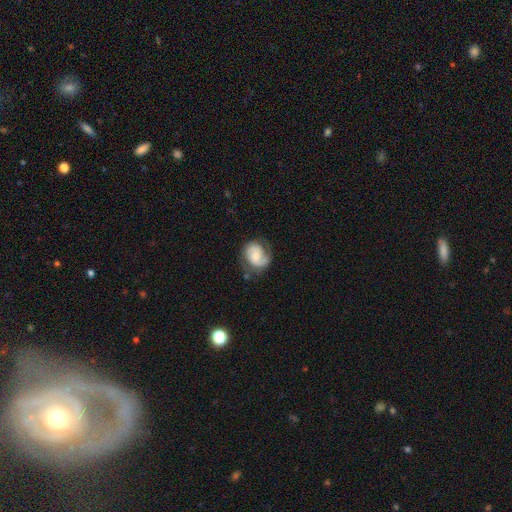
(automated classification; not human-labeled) Morphology: type=featured or disk (62%); edge-on=no (98%); bar=no (60%); spiral arms=yes (89%); winding=medium (41%); arm count=2 (63%); bulge=small (42%, tied with moderate); merging=none (58%).